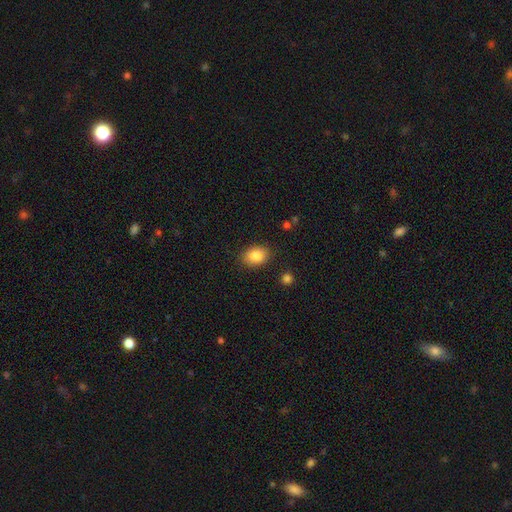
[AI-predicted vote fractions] Smooth or featured: smooth — 86% (star or artifact — 8%)
How rounded: in between — 73% (round — 25%)
Merging: none — 85% (minor disturbance — 11%)